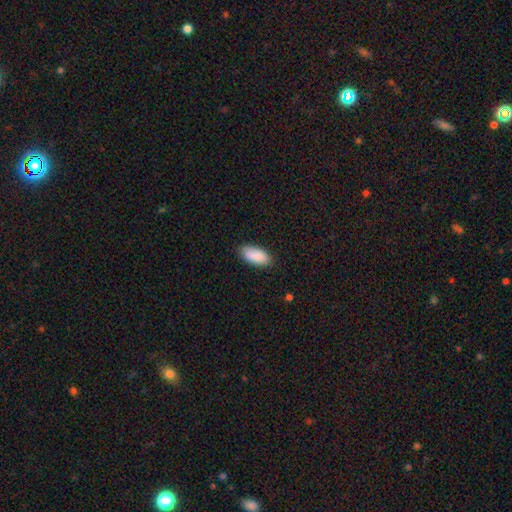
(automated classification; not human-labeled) Smooth or featured: smooth — 89% (star or artifact — 6%)
How rounded: in between — 87% (cigar-shaped — 11%)
Merging: none — 84% (minor disturbance — 13%)